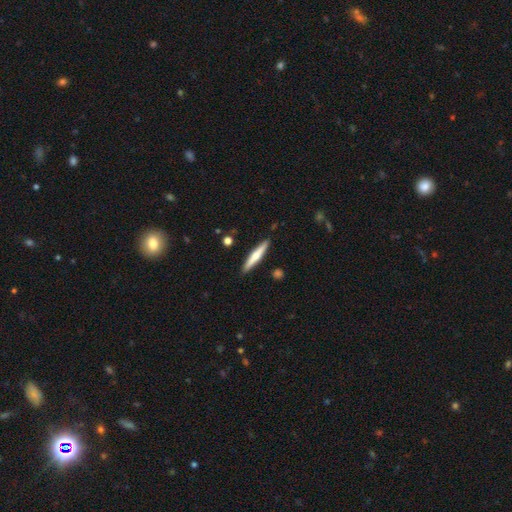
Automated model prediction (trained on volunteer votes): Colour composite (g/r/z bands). It shows a featured or disk galaxy (48%). Merging: none (90%).